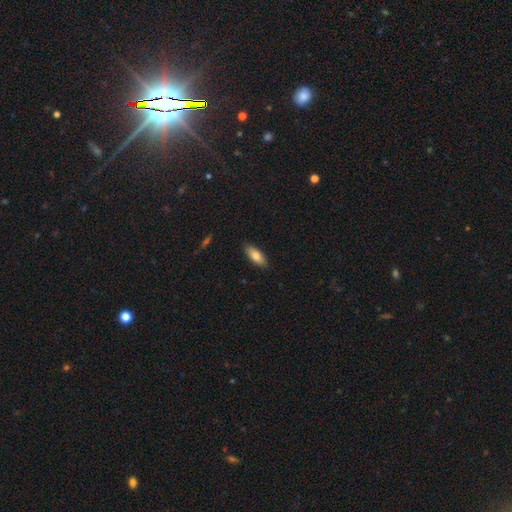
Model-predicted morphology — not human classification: smooth-or-featured: smooth: 80% | featured or disk: 13% | star or artifact: 6%
  how-rounded: in between: 78% | cigar-shaped: 20% | round: 2%
  merging: none: 86% | minor disturbance: 11% | major disturbance: 2% | merger: 1%